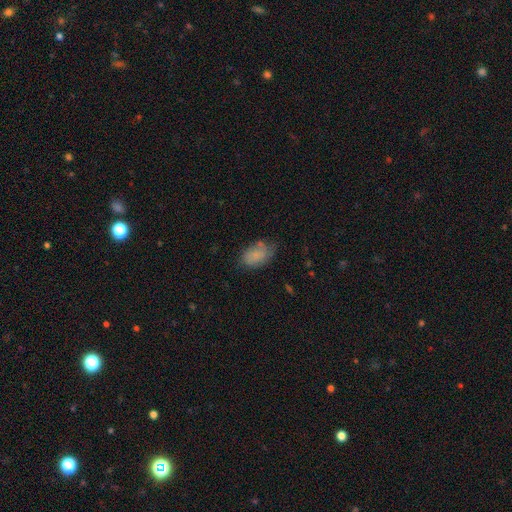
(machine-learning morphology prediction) Overall: smooth (76%). How rounded: in between (91%). Merging: none (58%; minor disturbance 29%).